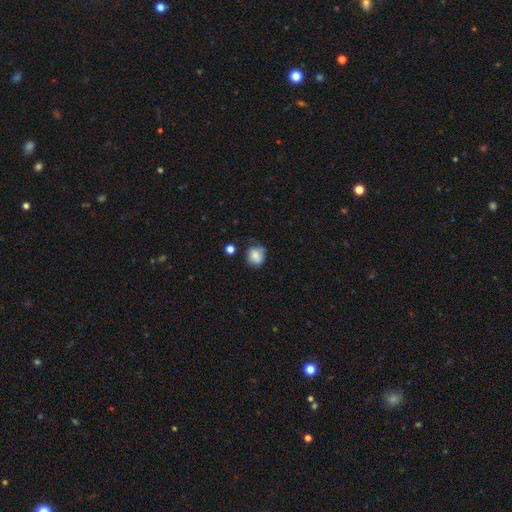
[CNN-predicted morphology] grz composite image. It shows a smooth galaxy with no disk features (78%) that is round (71%). Merging: none (58%).